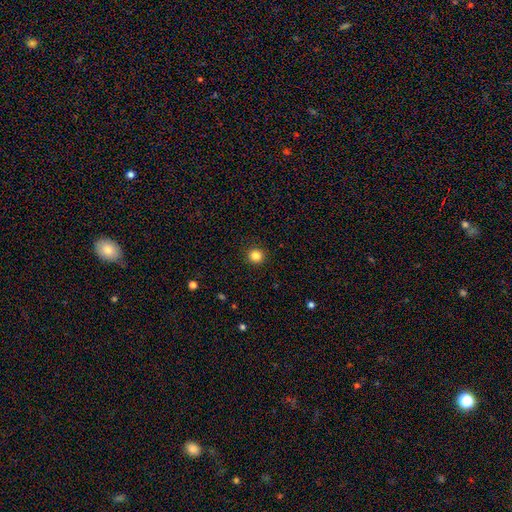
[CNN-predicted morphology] The model was most divided on "smooth or featured": smooth: 84%, star or artifact: 12%, featured or disk: 4%. More confident: how rounded — round (93%); merging — none (92%).